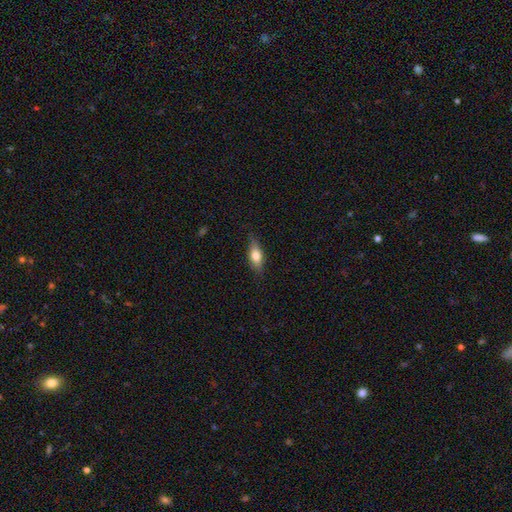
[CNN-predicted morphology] Smooth or featured? smooth (71%)
How rounded? in between (75%)
Merging? none (78%)